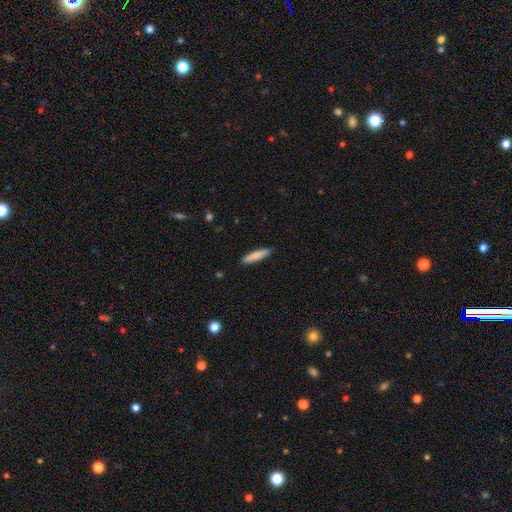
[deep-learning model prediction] This appears to be a smooth galaxy with no disk features (84%) that is cigar-shaped (85%). Merging: none (90%).